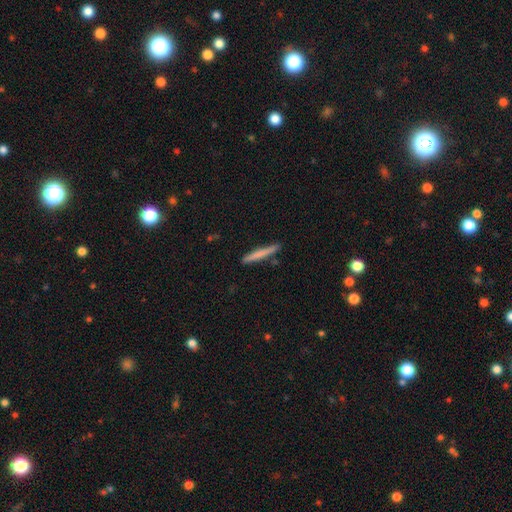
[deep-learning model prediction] smooth 53%, featured or disk 35%, star or artifact 12%. Down the decision tree: how rounded — cigar-shaped (93%); merging — none (87%).